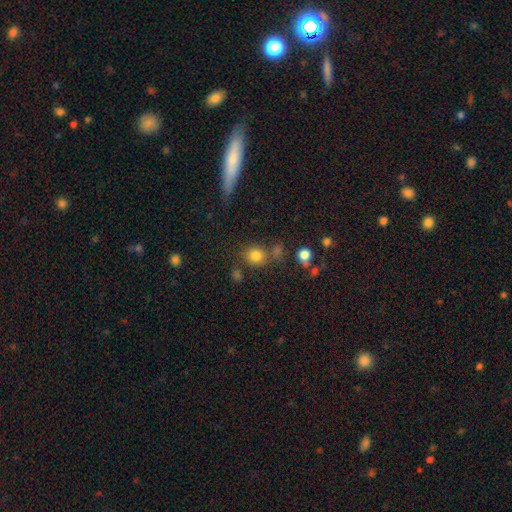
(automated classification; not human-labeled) Smooth or featured?
  - smooth: 81% *
  - star or artifact: 13%
  - featured or disk: 6%
How rounded?
  - round: 84% *
  - in between: 15%
  - cigar-shaped: 1%
Merging?
  - none: 69% *
  - merger: 14%
  - minor disturbance: 11%
  - major disturbance: 6%